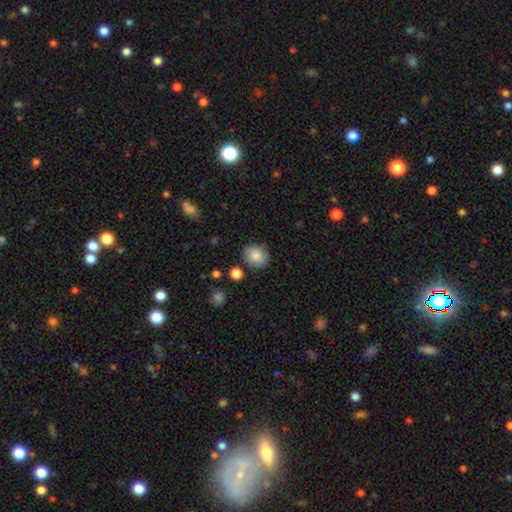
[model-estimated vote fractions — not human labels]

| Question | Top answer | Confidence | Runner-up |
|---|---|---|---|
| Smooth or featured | smooth | 79% | featured or disk (12%) |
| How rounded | round | 73% | in between (26%) |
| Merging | none | 82% | minor disturbance (12%) |